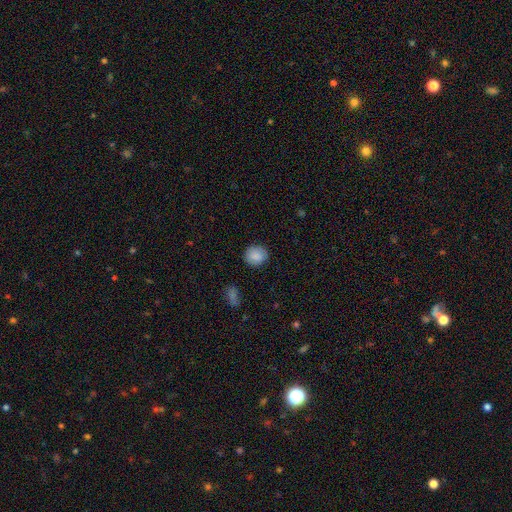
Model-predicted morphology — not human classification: smooth-or-featured: smooth: 87% | star or artifact: 8% | featured or disk: 5%
  how-rounded: round: 78% | in between: 21% | cigar-shaped: 1%
  merging: none: 85% | minor disturbance: 11% | major disturbance: 3% | merger: 1%